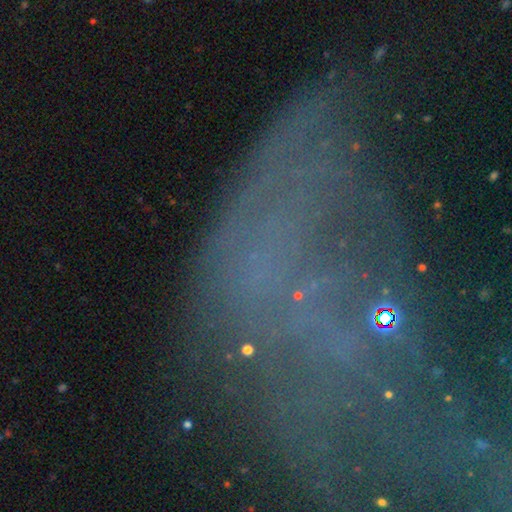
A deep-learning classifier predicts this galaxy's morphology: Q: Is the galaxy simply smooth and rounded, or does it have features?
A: star or artifact — 43%.